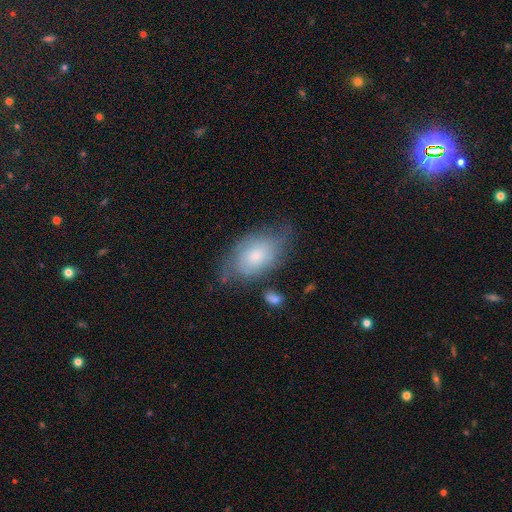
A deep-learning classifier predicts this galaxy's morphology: Q: Smooth or featured?
A: smooth (50%); runner-up: featured or disk (42%)
Q: Merging?
A: none (53%); runner-up: minor disturbance (30%)